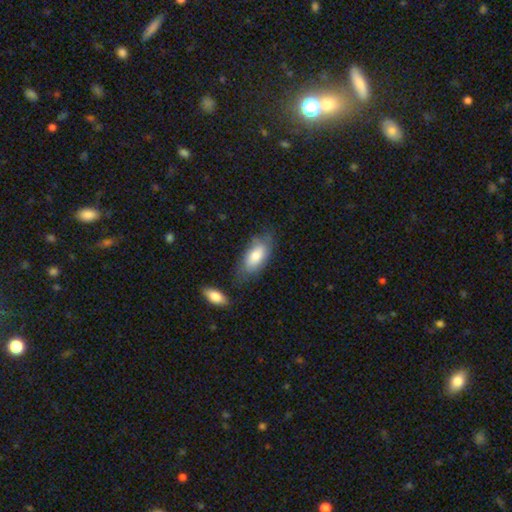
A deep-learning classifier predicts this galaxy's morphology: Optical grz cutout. It shows a smooth galaxy with no disk features (75%) that is in between round and cigar-shaped (88%). Merging: none (64%).